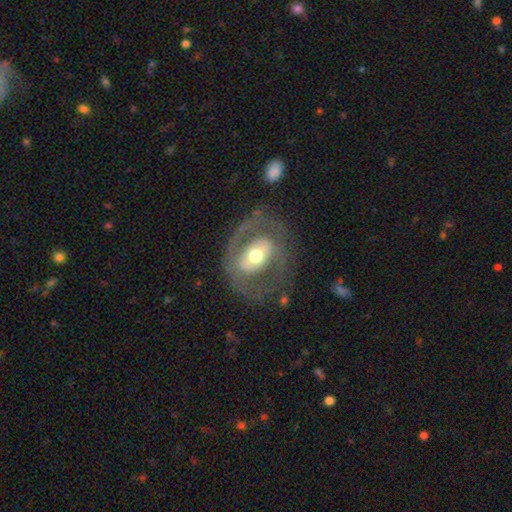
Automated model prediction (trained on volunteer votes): Overall: featured or disk (67%). Edge-on disk: no (94%). Bar: no (50%; weak 29%). Spiral arms: no (57%; yes 43%). Bulge size: moderate (64%). Merging: none (67%).